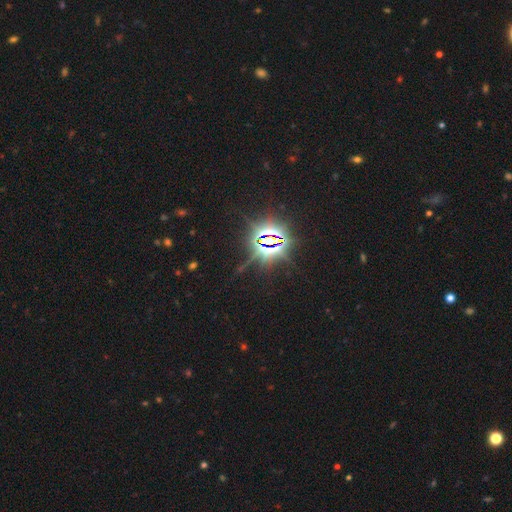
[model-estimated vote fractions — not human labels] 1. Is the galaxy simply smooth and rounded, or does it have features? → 86% star or artifact, 8% smooth, 6% featured or disk.